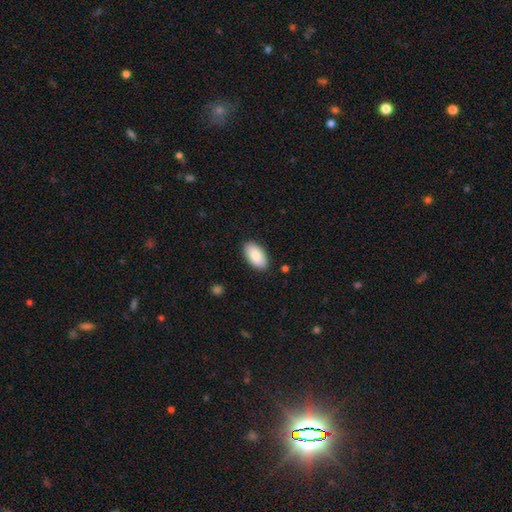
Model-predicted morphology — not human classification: Smooth or featured? smooth (86%)
How rounded? in between (96%)
Merging? none (88%)